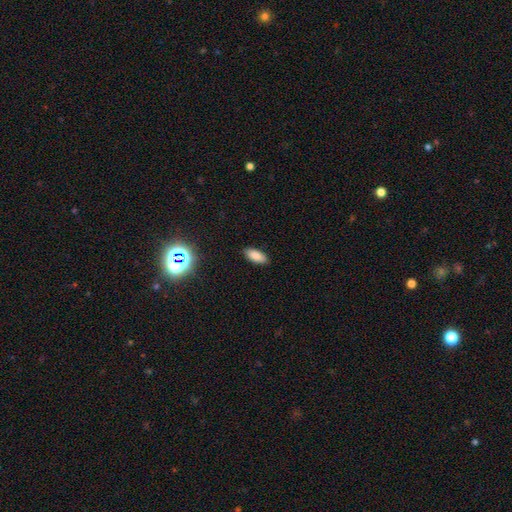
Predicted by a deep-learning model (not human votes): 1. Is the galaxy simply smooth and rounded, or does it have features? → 83% smooth, 10% star or artifact, 7% featured or disk.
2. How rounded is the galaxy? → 84% in between, 13% cigar-shaped, 2% round.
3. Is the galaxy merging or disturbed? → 88% none, 9% minor disturbance, 2% major disturbance, 1% merger.